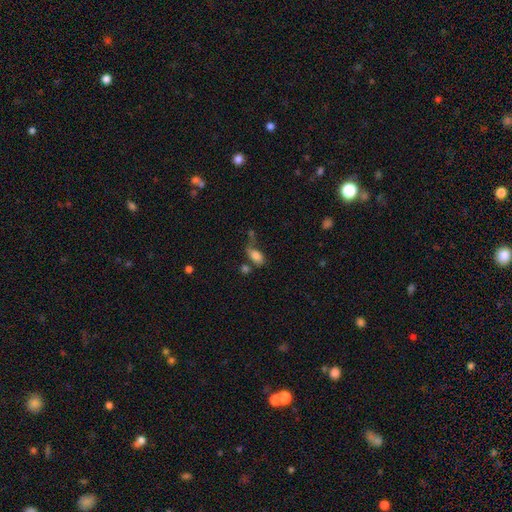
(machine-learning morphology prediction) smooth 81%, star or artifact 10%, featured or disk 9%. Down the decision tree: how rounded — in between (89%); merging — none (37%).